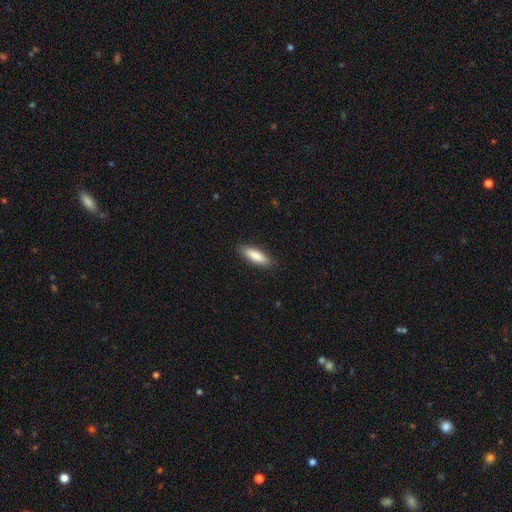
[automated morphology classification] Q: Smooth or featured?
A: smooth (84%); runner-up: featured or disk (10%)
Q: How rounded?
A: cigar-shaped (52%); runner-up: in between (46%)
Q: Merging?
A: none (87%); runner-up: minor disturbance (10%)